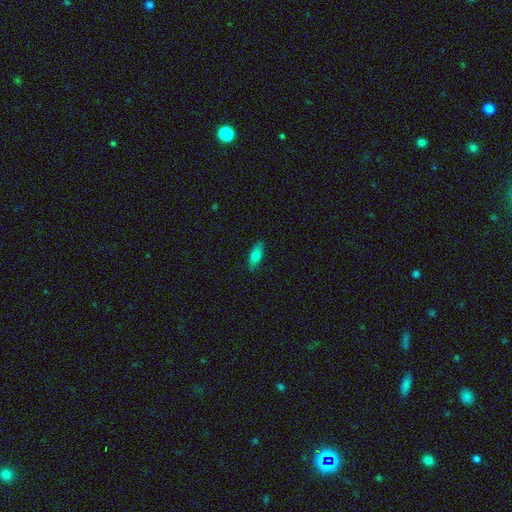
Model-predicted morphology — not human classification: smooth 75%, featured or disk 17%, star or artifact 7%. Down the decision tree: how rounded — in between (71%); merging — none (86%).